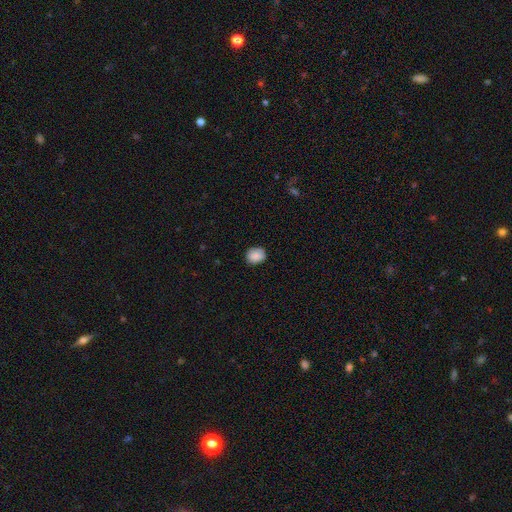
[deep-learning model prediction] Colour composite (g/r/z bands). It shows a smooth galaxy with no disk features (87%) that is round (67%). Merging: none (82%).